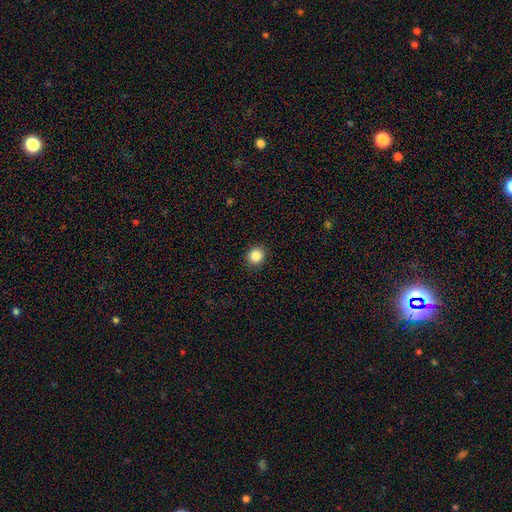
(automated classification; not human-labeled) Q: Smooth or featured?
A: smooth (86%); runner-up: star or artifact (10%)
Q: How rounded?
A: round (87%); runner-up: in between (12%)
Q: Merging?
A: none (92%); runner-up: minor disturbance (5%)